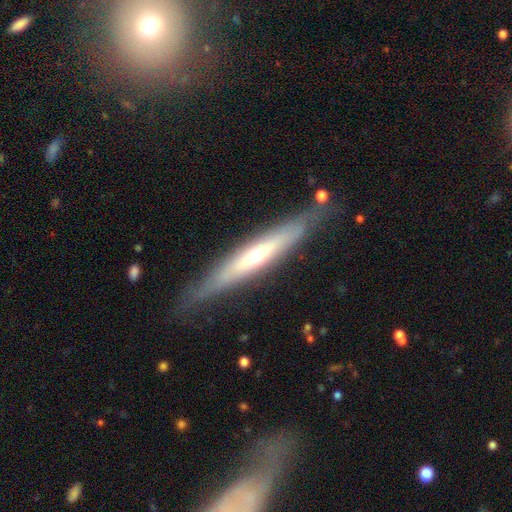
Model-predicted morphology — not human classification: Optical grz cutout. It shows a featured or disk galaxy (63%) viewed edge-on (85%) with a rounded central bulge (70%). Merging: none (79%).